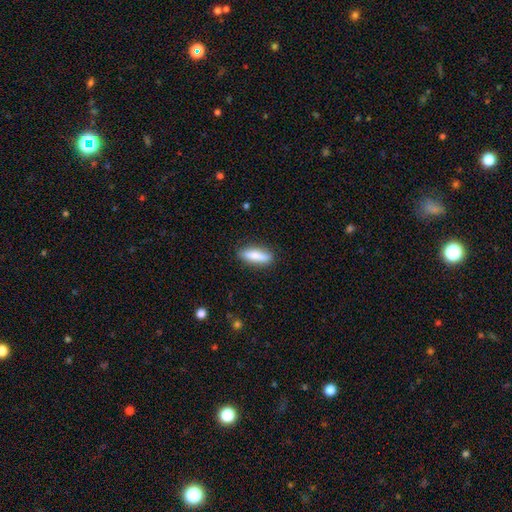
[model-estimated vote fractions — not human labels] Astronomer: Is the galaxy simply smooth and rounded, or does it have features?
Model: smooth — 78%.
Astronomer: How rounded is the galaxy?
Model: cigar-shaped — 59% (runner-up: in between, 39%).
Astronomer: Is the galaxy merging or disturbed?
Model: none — 86%.